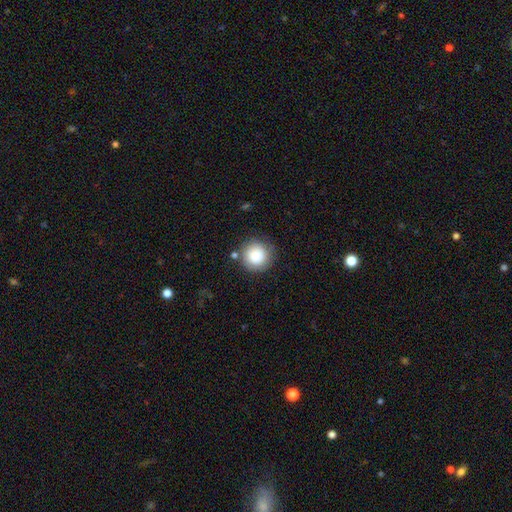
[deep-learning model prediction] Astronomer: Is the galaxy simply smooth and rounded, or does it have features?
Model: smooth — 86%.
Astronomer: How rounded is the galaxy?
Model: round — 95%.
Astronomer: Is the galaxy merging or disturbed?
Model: none — 82%.